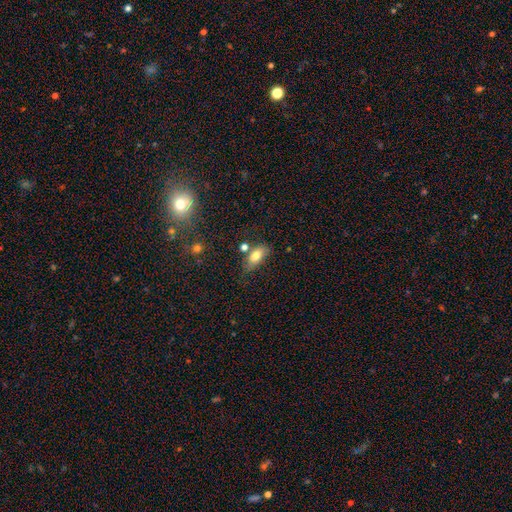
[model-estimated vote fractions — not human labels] This appears to be a smooth galaxy with no disk features (77%) that is in between round and cigar-shaped (86%). Merging: none (60%).